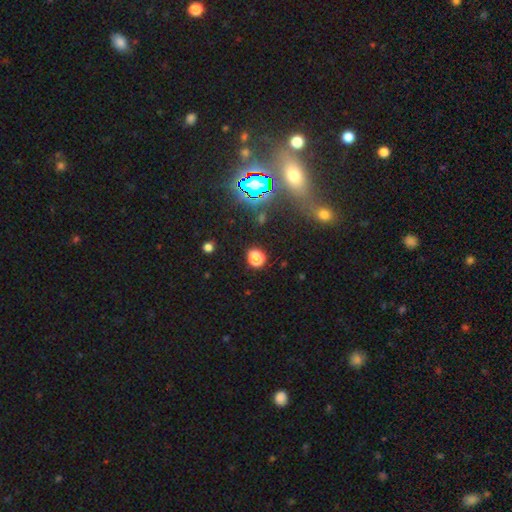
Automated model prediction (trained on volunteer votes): smooth 71%, star or artifact 23%, featured or disk 6%. Down the decision tree: how rounded — round (68%); merging — none (84%).